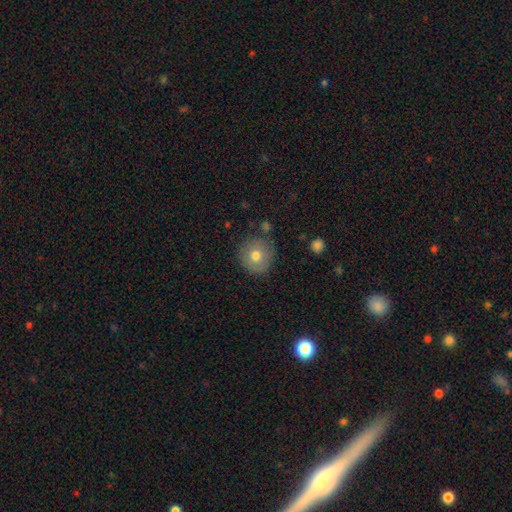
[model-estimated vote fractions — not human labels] Smooth or featured: smooth — 73% (featured or disk — 17%)
How rounded: round — 93% (in between — 6%)
Merging: none — 82% (minor disturbance — 12%)